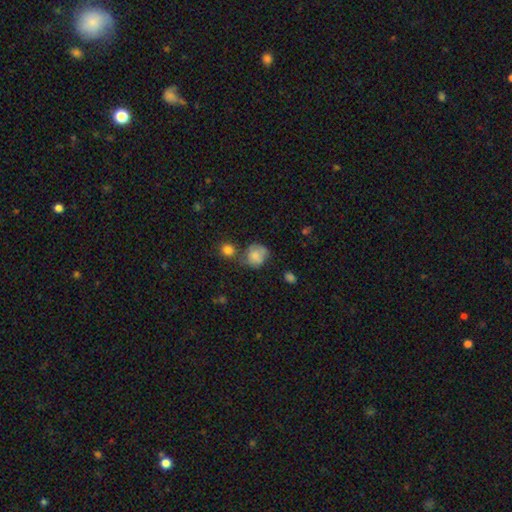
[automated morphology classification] Smooth or featured: smooth — 73% (featured or disk — 17%)
How rounded: round — 69% (in between — 30%)
Merging: none — 45% (minor disturbance — 26%)